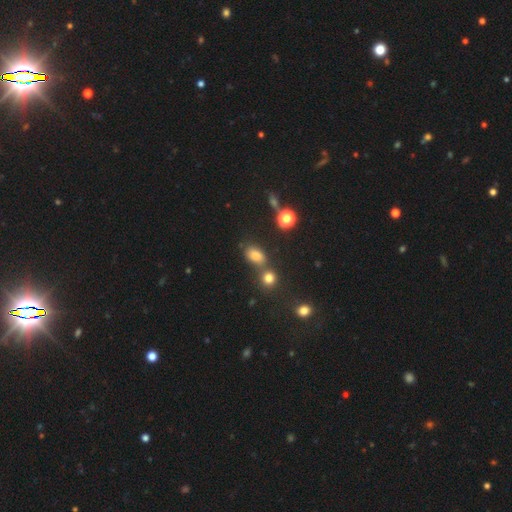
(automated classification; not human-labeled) This is likely a smooth galaxy (74%). How rounded: likely in between (77%). Merging: possibly none (56%).